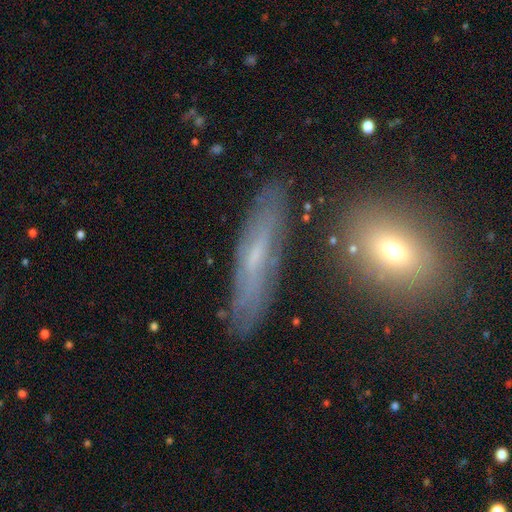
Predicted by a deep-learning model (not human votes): smooth_or_featured: featured or disk (p=0.51) [alt: smooth p=0.40]
disk_edge_on: yes (p=0.51) [alt: no p=0.49]
merging: none (p=0.77) [alt: minor disturbance p=0.16]